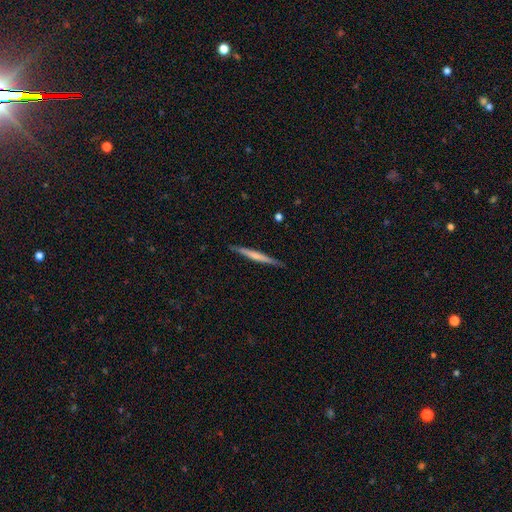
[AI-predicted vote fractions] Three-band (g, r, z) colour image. It shows a smooth galaxy with no disk features (50%) that is cigar-shaped (96%). Merging: none (89%).